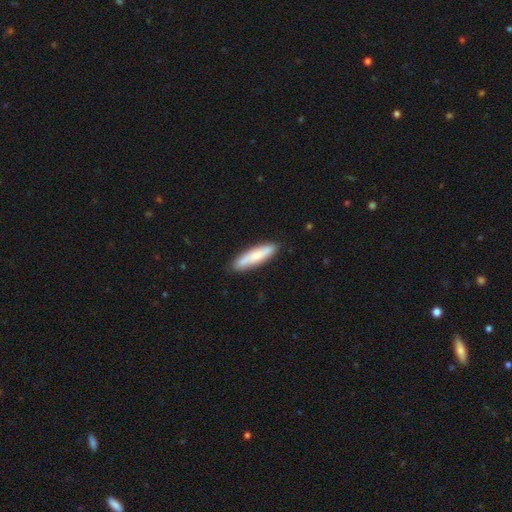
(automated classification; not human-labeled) This is likely a smooth galaxy (71%). How rounded: likely cigar-shaped (79%). Merging: clearly none (86%).